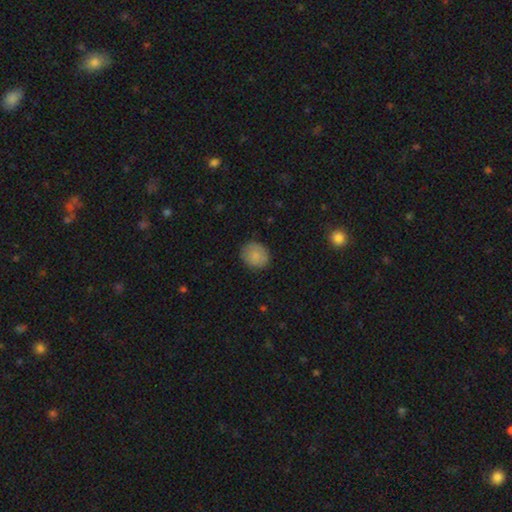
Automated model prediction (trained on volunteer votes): smooth 84%, featured or disk 9%, star or artifact 8%. Down the decision tree: how rounded — round (84%); merging — none (85%).